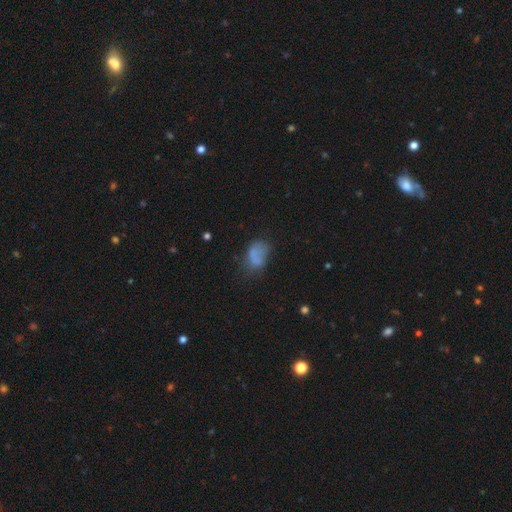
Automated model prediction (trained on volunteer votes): smooth-or-featured: smooth: 68% | featured or disk: 19% | star or artifact: 13%
  how-rounded: in between: 82% | round: 16% | cigar-shaped: 2%
  merging: none: 40% | minor disturbance: 30% | major disturbance: 24% | merger: 6%